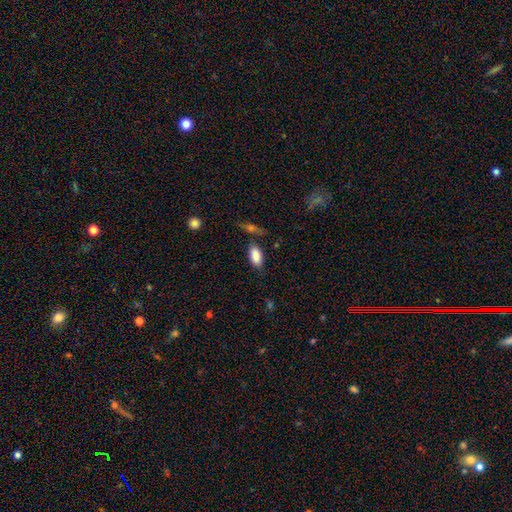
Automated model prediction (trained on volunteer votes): smooth_or_featured: smooth (p=0.87) [alt: star or artifact p=0.07]
how_rounded: in between (p=0.92) [alt: cigar-shaped p=0.05]
merging: none (p=0.76) [alt: minor disturbance p=0.14]